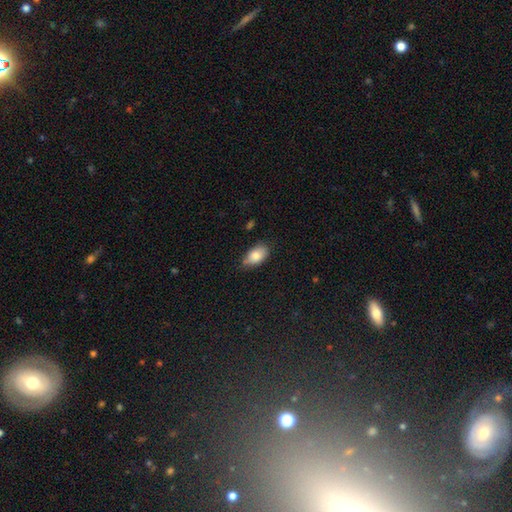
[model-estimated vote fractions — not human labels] Overall: smooth (82%). How rounded: in between (92%). Merging: none (65%; minor disturbance 29%).